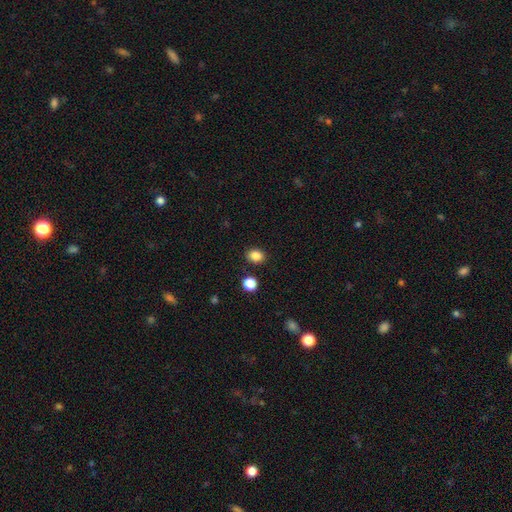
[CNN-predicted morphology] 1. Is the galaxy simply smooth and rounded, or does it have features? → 85% smooth, 11% star or artifact, 4% featured or disk.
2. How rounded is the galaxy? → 54% round, 45% in between, 1% cigar-shaped.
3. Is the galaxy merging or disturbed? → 86% none, 8% minor disturbance, 4% merger, 2% major disturbance.